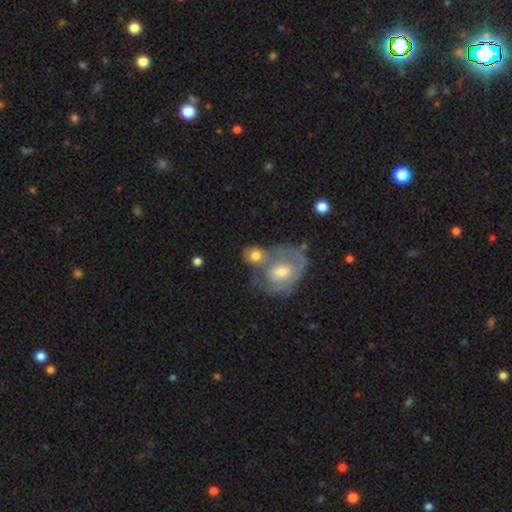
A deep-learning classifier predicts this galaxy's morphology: Overall: smooth (61%; featured or disk 32%). How rounded: round (54%; in between 44%). Merging: merger (56%; none 26%).